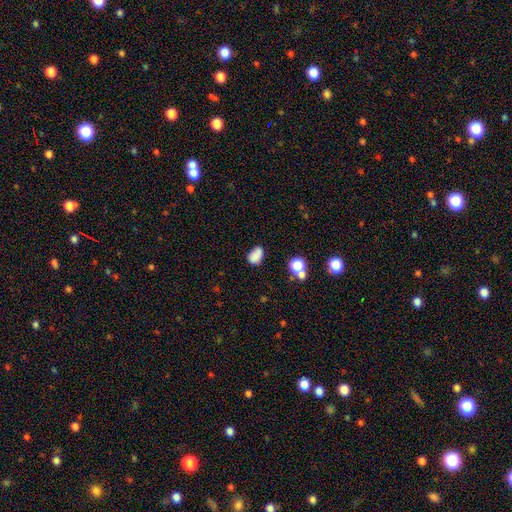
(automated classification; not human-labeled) The model was most divided on "merging": none: 63%, minor disturbance: 23%, merger: 7%, major disturbance: 7%. More confident: how rounded — in between (83%); smooth or featured — smooth (81%).